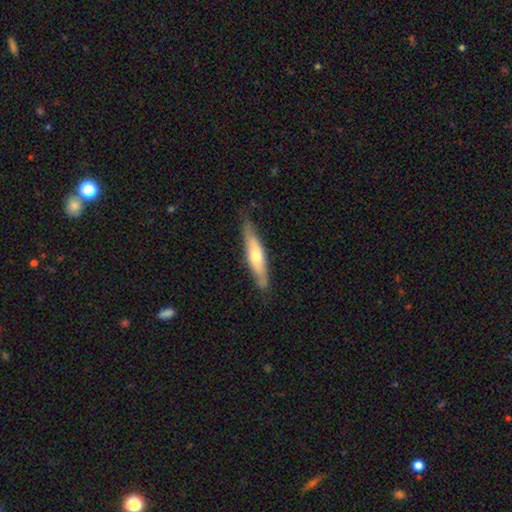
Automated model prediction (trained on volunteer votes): A smooth galaxy with no disk features (50%) that is cigar-shaped (80%). Merging: none (77%).